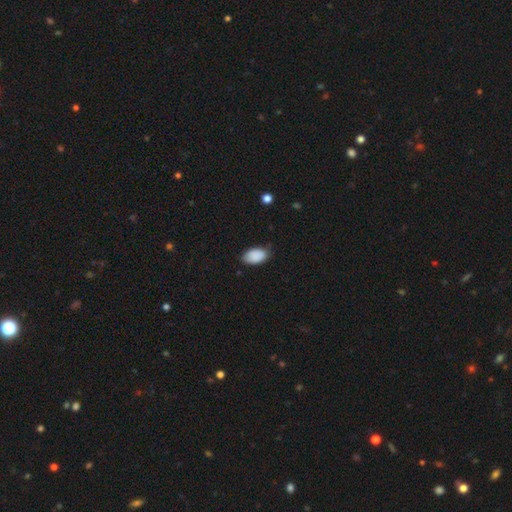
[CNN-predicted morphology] This is clearly a smooth galaxy (89%). How rounded: clearly in between (93%). Merging: likely none (75%).